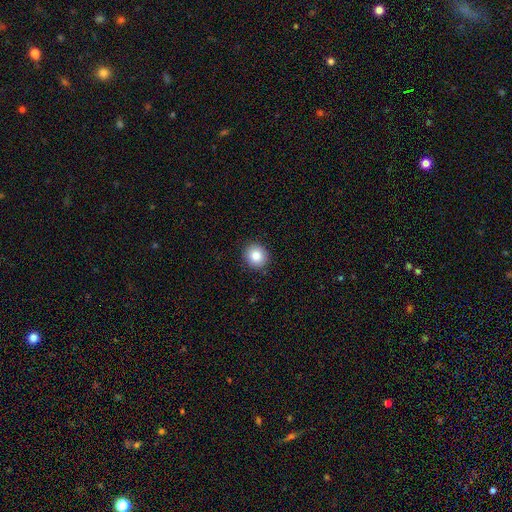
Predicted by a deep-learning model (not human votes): Morphology: type=smooth (81%); roundness=round (89%); merging=none (91%).